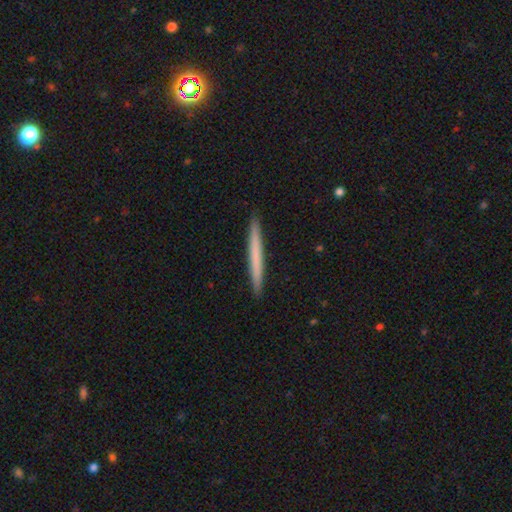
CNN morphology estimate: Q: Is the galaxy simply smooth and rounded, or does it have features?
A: smooth — 63%.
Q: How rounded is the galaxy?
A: cigar-shaped — 97%.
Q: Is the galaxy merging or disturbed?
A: none — 93%.